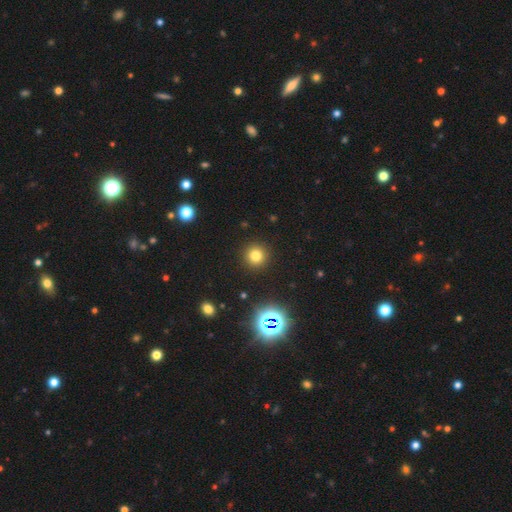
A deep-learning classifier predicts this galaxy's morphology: Overall: smooth (76%). How rounded: round (94%). Merging: none (91%).